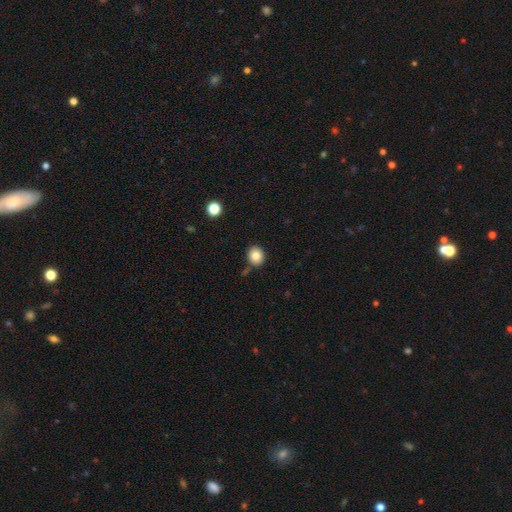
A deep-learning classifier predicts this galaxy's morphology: Smooth or featured?
  - smooth: 82% *
  - star or artifact: 10%
  - featured or disk: 8%
How rounded?
  - round: 73% *
  - in between: 26%
  - cigar-shaped: 1%
Merging?
  - none: 82% *
  - minor disturbance: 11%
  - merger: 5%
  - major disturbance: 2%